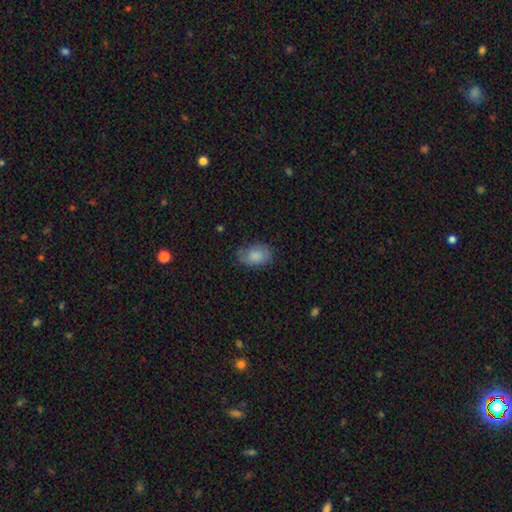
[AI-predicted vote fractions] This is clearly a smooth galaxy (84%). How rounded: clearly in between (85%). Merging: likely none (73%).